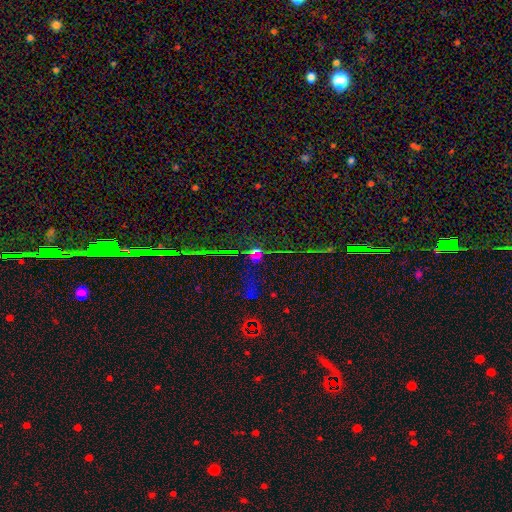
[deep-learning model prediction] This is likely a star or artifact rather than a galaxy (62%).